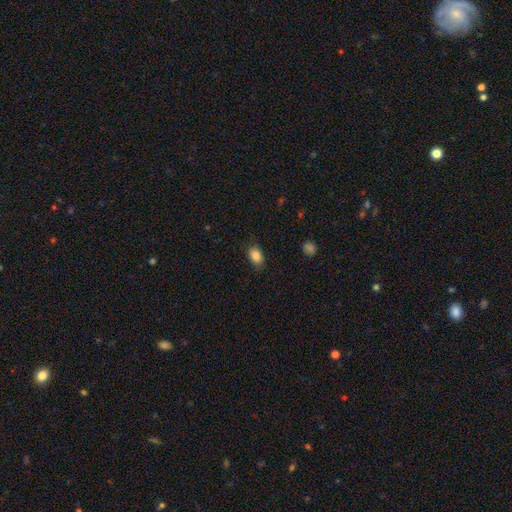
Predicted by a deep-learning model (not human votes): A smooth galaxy with no disk features (86%) that is in between round and cigar-shaped (84%).

Vote fractions:
- Smooth or featured? smooth: 86% / star or artifact: 9% / featured or disk: 6%
- How rounded? in between: 84% / round: 15% / cigar-shaped: 2%
- Merging? none: 81% / minor disturbance: 15% / major disturbance: 3% / merger: 1%